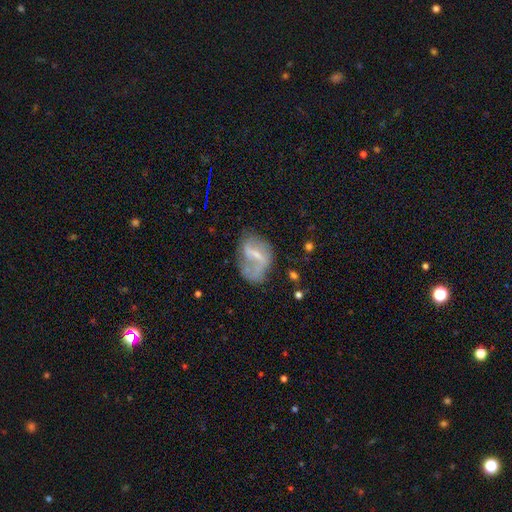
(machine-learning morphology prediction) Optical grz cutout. It shows a featured or disk galaxy (66%) with a weak bar (46%), spiral arms (65%) and a small central bulge (53%). Merging: none (44%).